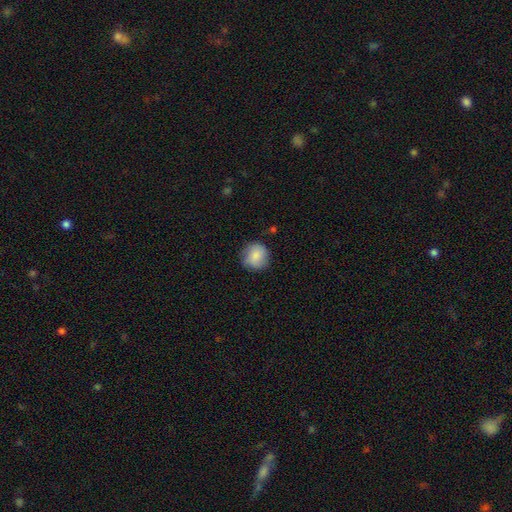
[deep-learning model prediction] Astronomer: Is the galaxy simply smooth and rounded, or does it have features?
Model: smooth — 85%.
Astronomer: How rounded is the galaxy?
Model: round — 89%.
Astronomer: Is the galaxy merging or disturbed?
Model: none — 80%.